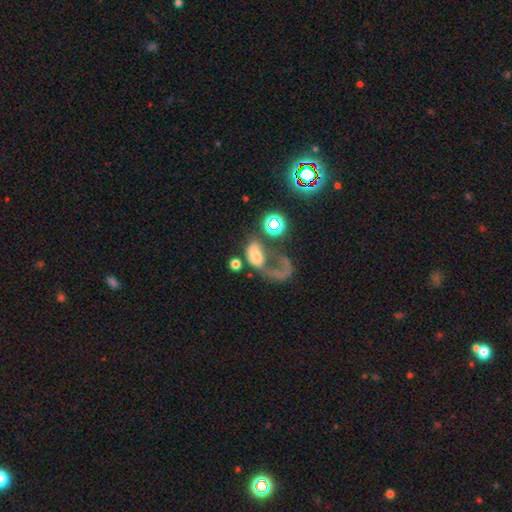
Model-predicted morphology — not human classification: Smooth or featured: smooth — 49% (featured or disk — 36%)
Merging: major disturbance — 50% (merger — 25%)